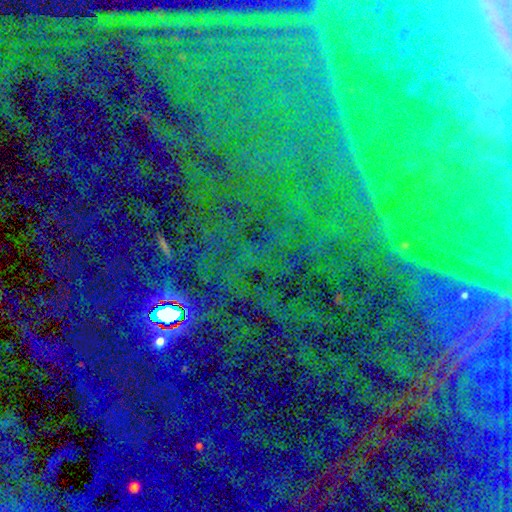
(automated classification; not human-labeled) Smooth or featured? Predicted: star or artifact (p=0.81).